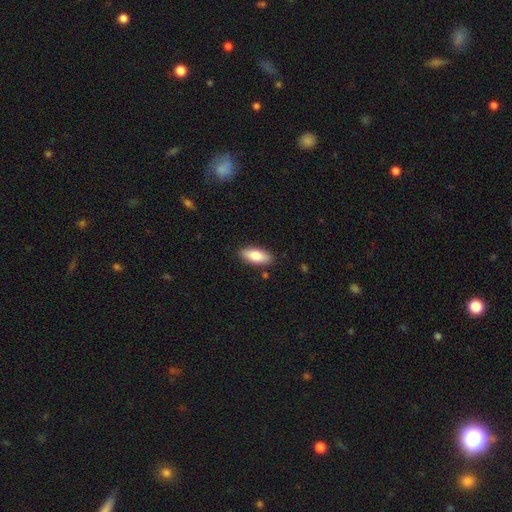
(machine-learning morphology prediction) Smooth or featured?
  - smooth: 82% *
  - featured or disk: 12%
  - star or artifact: 6%
How rounded?
  - in between: 84% *
  - cigar-shaped: 14%
  - round: 2%
Merging?
  - none: 87% *
  - minor disturbance: 10%
  - major disturbance: 2%
  - merger: 2%